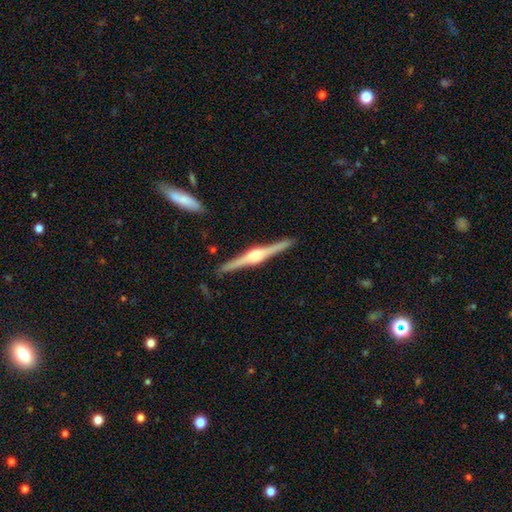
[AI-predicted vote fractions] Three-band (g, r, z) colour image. It shows a featured or disk galaxy (86%) viewed edge-on (99%) with a rounded central bulge (84%). Merging: none (91%).